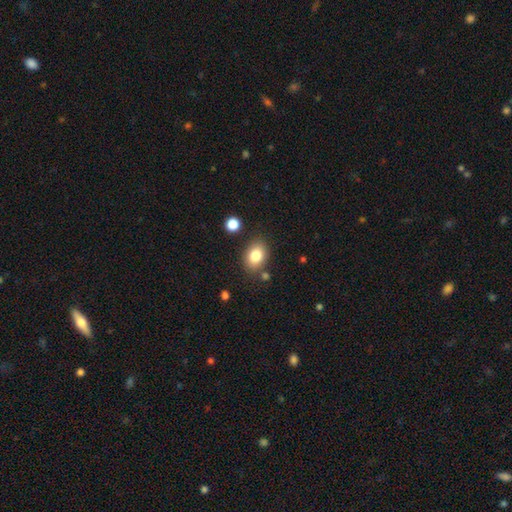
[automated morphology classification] Smooth or featured: smooth — 82% (star or artifact — 9%)
How rounded: in between — 71% (round — 28%)
Merging: none — 79% (minor disturbance — 12%)